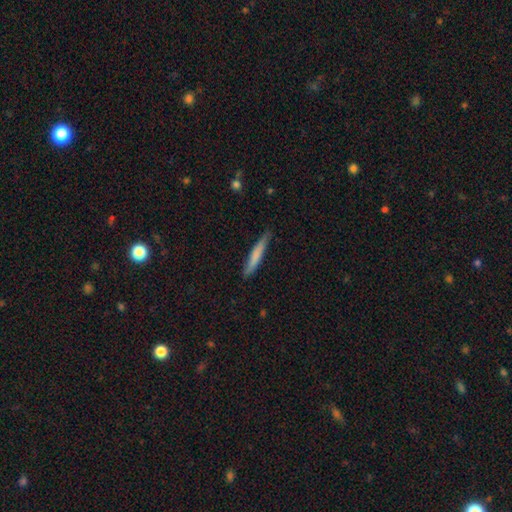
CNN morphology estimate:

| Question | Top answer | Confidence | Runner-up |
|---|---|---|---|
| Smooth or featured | smooth | 70% | featured or disk (24%) |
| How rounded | cigar-shaped | 94% | in between (5%) |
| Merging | none | 83% | minor disturbance (14%) |